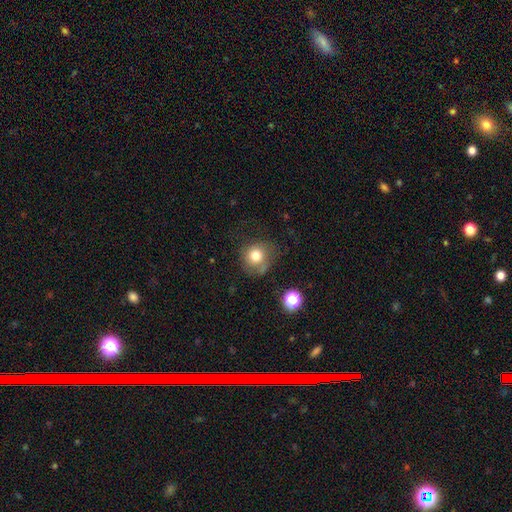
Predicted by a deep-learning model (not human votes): Overall: smooth (76%). How rounded: round (85%). Merging: none (59%; minor disturbance 24%).